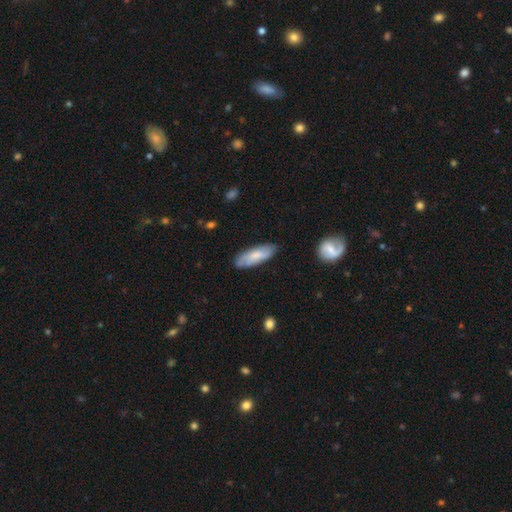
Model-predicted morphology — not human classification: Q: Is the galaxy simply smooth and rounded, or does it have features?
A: smooth — 63%.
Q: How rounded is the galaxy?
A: in between — 65%.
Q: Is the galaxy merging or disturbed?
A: none — 76%.